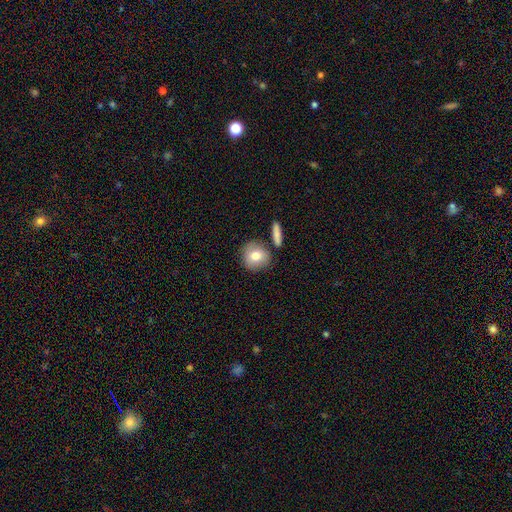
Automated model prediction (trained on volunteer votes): Q: Smooth or featured?
A: smooth (78%); runner-up: featured or disk (15%)
Q: How rounded?
A: round (84%); runner-up: in between (14%)
Q: Merging?
A: none (74%); runner-up: minor disturbance (12%)